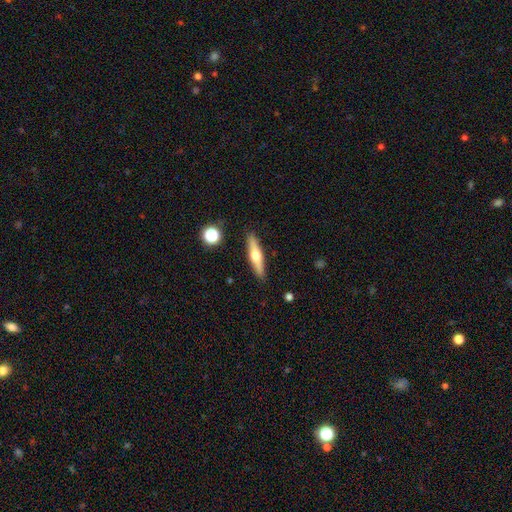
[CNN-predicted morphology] smooth-or-featured: featured or disk: 54% | smooth: 40% | star or artifact: 6%
  disk-edge-on: yes: 94% | no: 6%
    edge-on-bulge: rounded: 93% | none: 3% | boxy: 3%
  merging: none: 89% | minor disturbance: 7% | major disturbance: 2% | merger: 2%